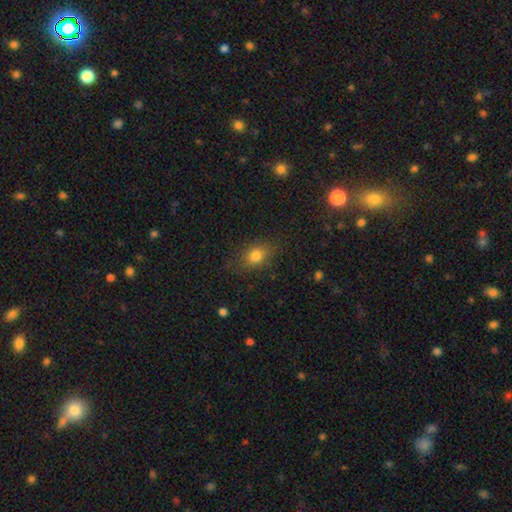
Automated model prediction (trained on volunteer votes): This is likely a smooth galaxy (79%). How rounded: likely in between (63%). Merging: likely none (78%).